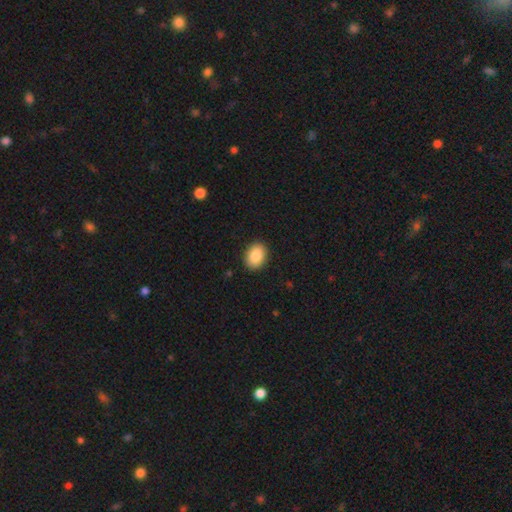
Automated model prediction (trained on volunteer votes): Overall: smooth (87%). How rounded: in between (73%). Merging: none (90%).